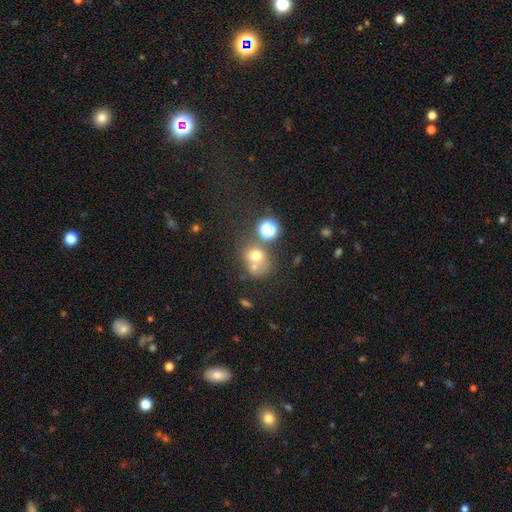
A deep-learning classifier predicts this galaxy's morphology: The model was most divided on "merging" (2-way tie): merger: 40%, none: 40%, minor disturbance: 12%, major disturbance: 8%. More confident: how rounded — round (71%); smooth or featured — smooth (63%).